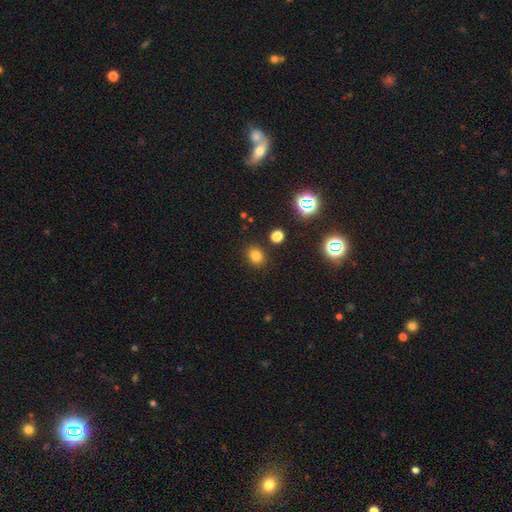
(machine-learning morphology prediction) This appears to be a smooth galaxy with no disk features (78%) that is round (70%). Merging: none (87%).